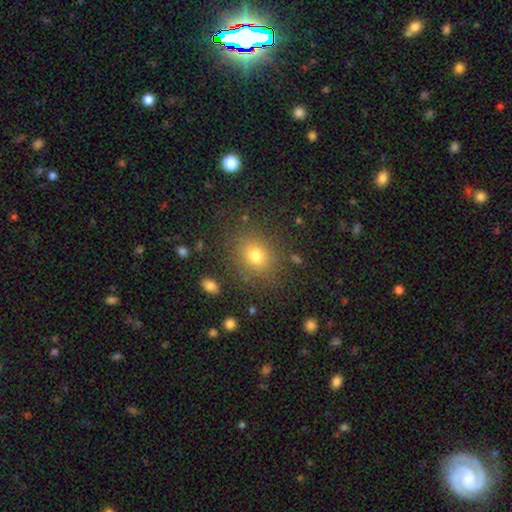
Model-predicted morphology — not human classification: Overall: smooth (75%). How rounded: round (69%). Merging: none (83%).